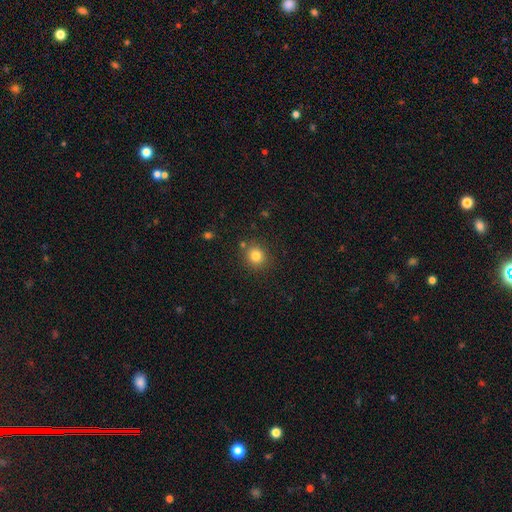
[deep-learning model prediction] Overall: smooth (81%). How rounded: round (86%). Merging: none (84%).